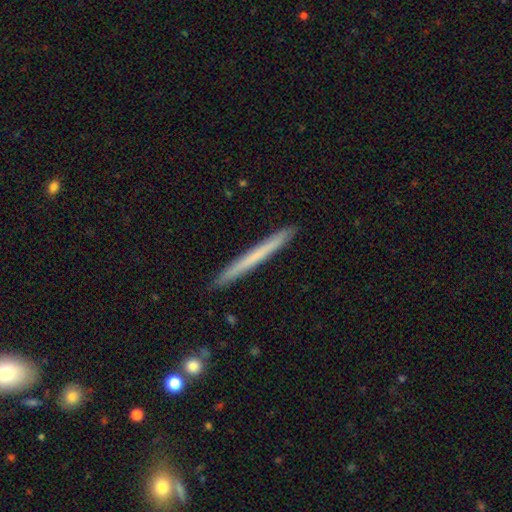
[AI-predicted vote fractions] The model was most divided on "smooth or featured": smooth: 59%, featured or disk: 36%, star or artifact: 5%. More confident: how rounded — cigar-shaped (98%); merging — none (92%).